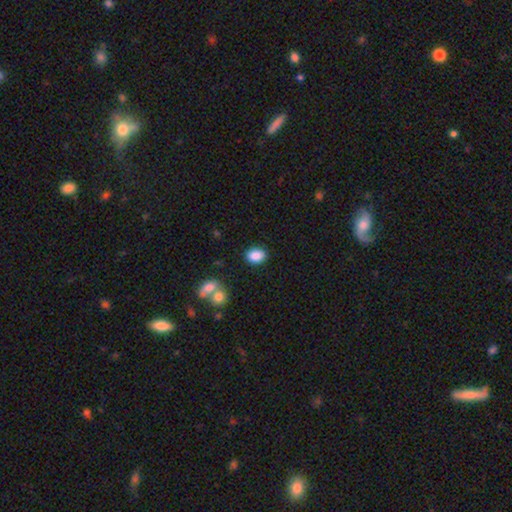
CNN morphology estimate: A smooth galaxy with no disk features (88%) that is in between round and cigar-shaped (72%).

Vote fractions:
- Smooth or featured? smooth: 88% / star or artifact: 8% / featured or disk: 4%
- How rounded? in between: 72% / round: 27% / cigar-shaped: 1%
- Merging? none: 86% / minor disturbance: 9% / merger: 3% / major disturbance: 3%